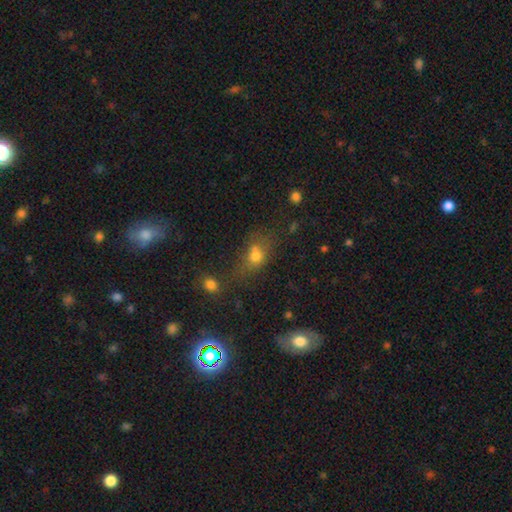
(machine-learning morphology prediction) The model was most divided on "how rounded": in between: 54%, round: 42%, cigar-shaped: 4%. Remaining: smooth or featured — smooth (70%); merging — none (43%).